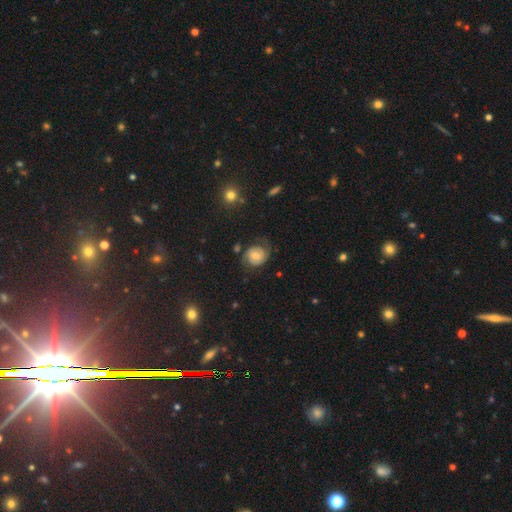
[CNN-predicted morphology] The model was most divided on "smooth or featured": featured or disk: 51%, smooth: 39%, star or artifact: 10%. More confident: edge-on disk — no (97%); merging — none (63%).